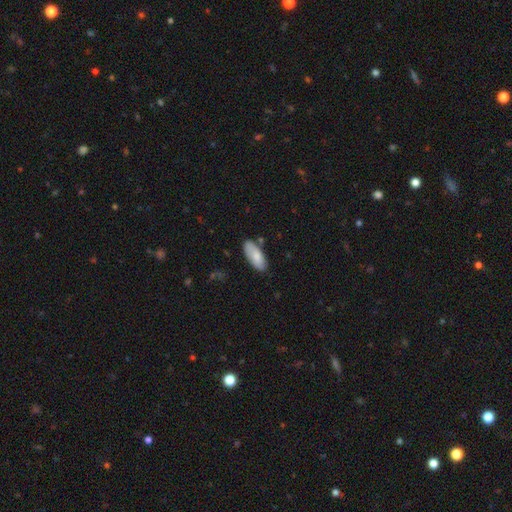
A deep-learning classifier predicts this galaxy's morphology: Smooth or featured: smooth — 80% (featured or disk — 14%)
How rounded: in between — 85% (cigar-shaped — 13%)
Merging: none — 76% (minor disturbance — 17%)